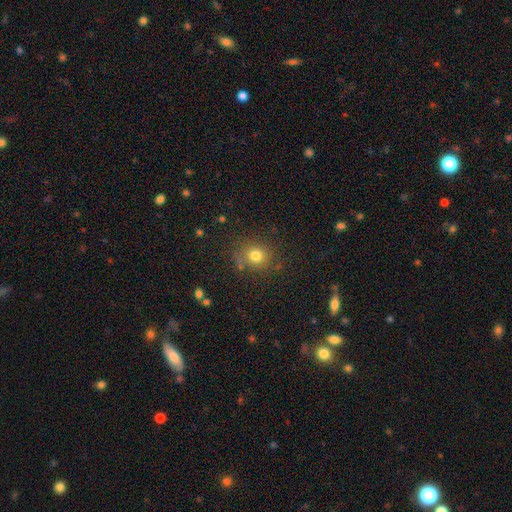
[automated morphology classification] Smooth or featured: smooth — 77% (star or artifact — 15%)
How rounded: round — 83% (in between — 16%)
Merging: none — 81% (minor disturbance — 12%)